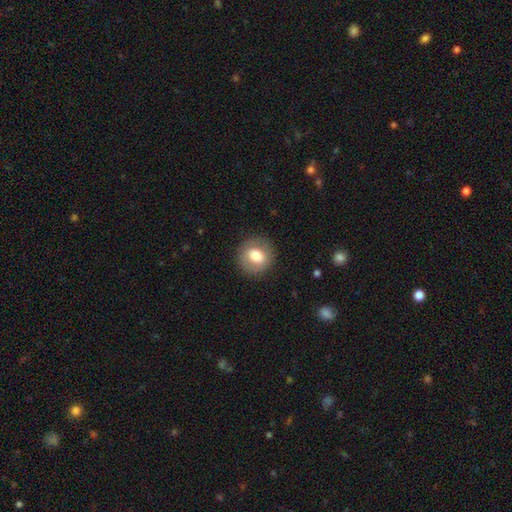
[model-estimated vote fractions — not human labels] smooth_or_featured: smooth (p=0.72) [alt: featured or disk p=0.21]
how_rounded: round (p=0.87) [alt: in between p=0.12]
merging: none (p=0.87) [alt: minor disturbance p=0.09]